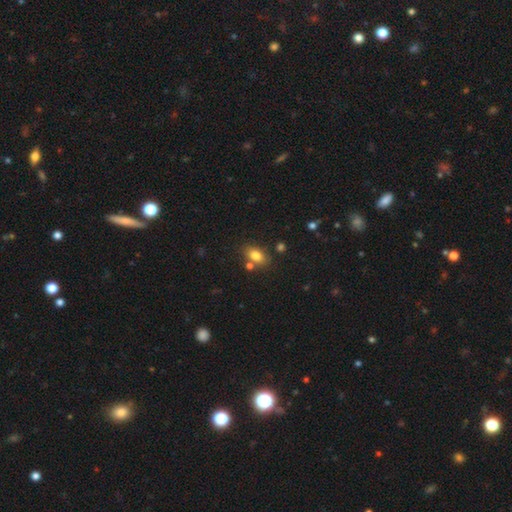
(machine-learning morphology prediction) Smooth or featured? smooth (80%)
How rounded? in between (84%)
Merging? none (71%)